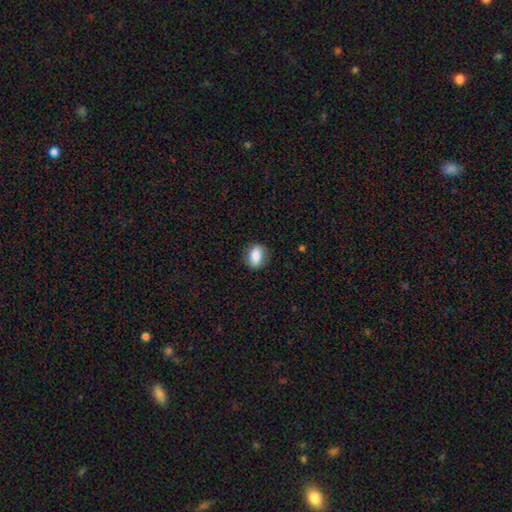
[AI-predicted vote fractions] Smooth or featured?
  - smooth: 78% *
  - featured or disk: 14%
  - star or artifact: 8%
How rounded?
  - in between: 65% *
  - round: 33%
  - cigar-shaped: 2%
Merging?
  - none: 84% *
  - minor disturbance: 12%
  - major disturbance: 3%
  - merger: 1%